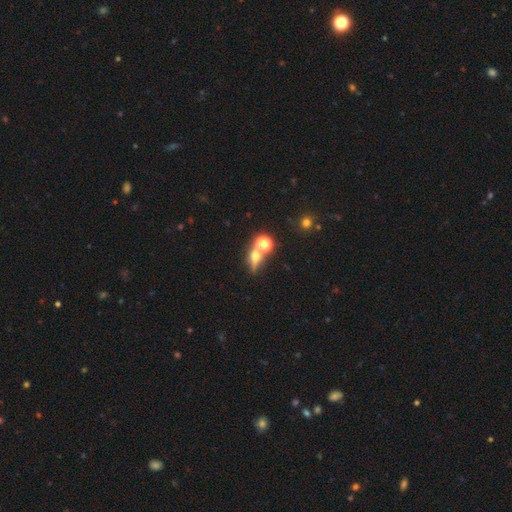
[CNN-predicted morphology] This appears to be a smooth galaxy with no disk features (41%). Merging: none (56%).